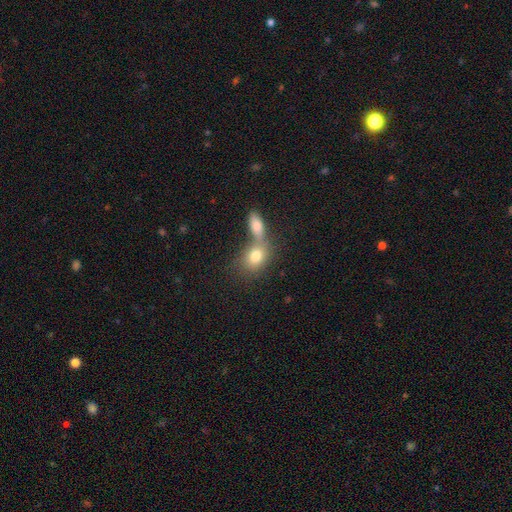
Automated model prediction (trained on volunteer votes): Overall: smooth (77%). How rounded: in between (58%; round 39%). Merging: merger (52%; none 35%).